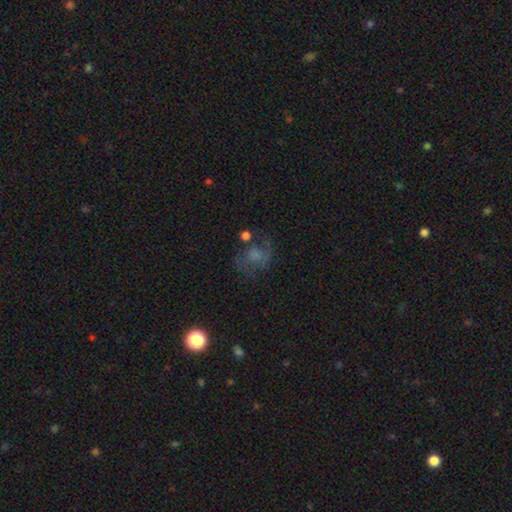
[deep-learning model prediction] Smooth or featured?
  - smooth: 41% *
  - featured or disk: 39%
  - star or artifact: 19%
Merging?
  - none: 45% *
  - major disturbance: 27%
  - minor disturbance: 20%
  - merger: 8%